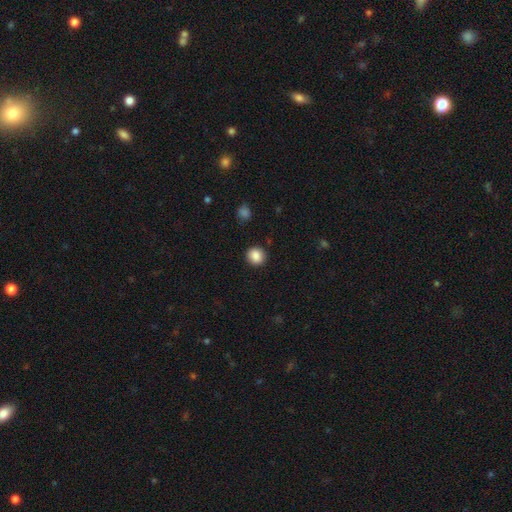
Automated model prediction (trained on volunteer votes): The model was most divided on "how rounded": round: 86%, in between: 13%, cigar-shaped: 1%. More confident: merging — none (89%); smooth or featured — smooth (87%).